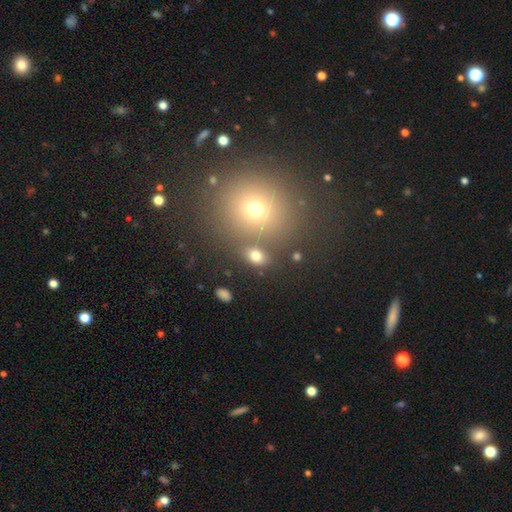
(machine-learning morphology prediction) This appears to be a smooth galaxy with no disk features (75%) that is in between round and cigar-shaped (66%). Merging: none (72%).